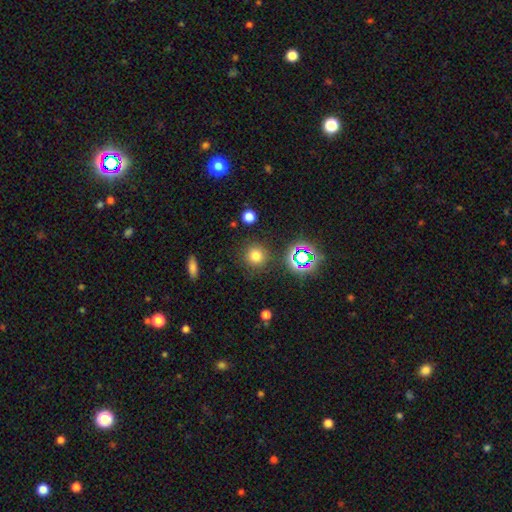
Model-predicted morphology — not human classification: smooth-or-featured: smooth: 72% | star or artifact: 21% | featured or disk: 7%
  how-rounded: round: 93% | in between: 6% | cigar-shaped: 1%
  merging: none: 88% | minor disturbance: 7% | major disturbance: 3% | merger: 2%